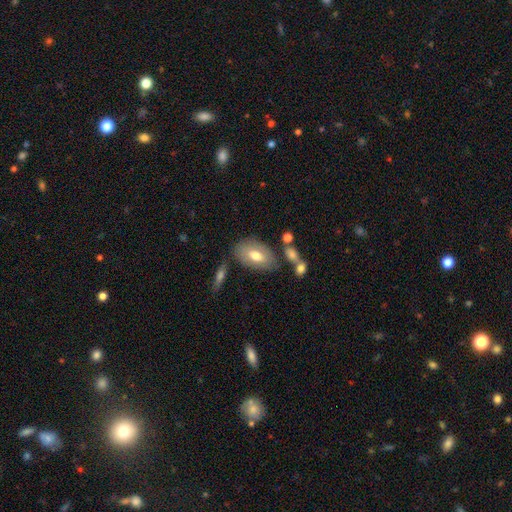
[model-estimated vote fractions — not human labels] Smooth or featured: smooth — 68% (featured or disk — 26%)
How rounded: in between — 92% (round — 6%)
Merging: none — 70% (minor disturbance — 17%)